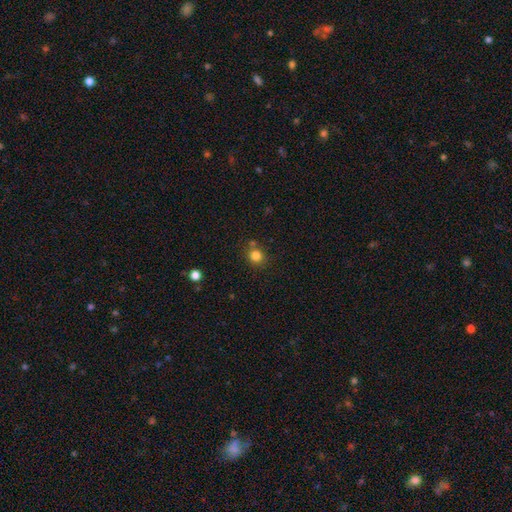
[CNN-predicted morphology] smooth 81%, star or artifact 13%, featured or disk 6%. Down the decision tree: how rounded — round (85%); merging — none (74%).